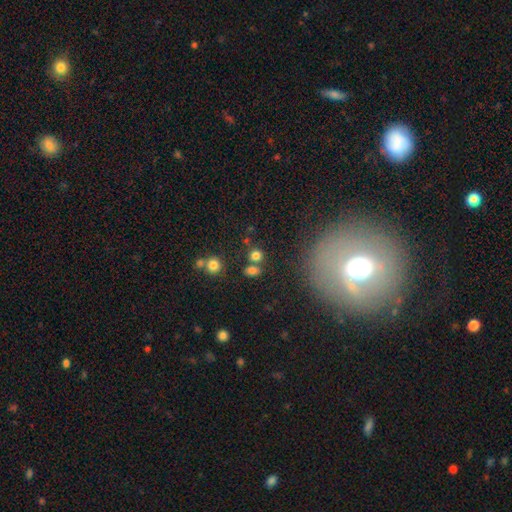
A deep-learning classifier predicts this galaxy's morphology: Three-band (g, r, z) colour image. It shows a smooth galaxy with no disk features (77%) that is round (68%). Merging: none (62%).